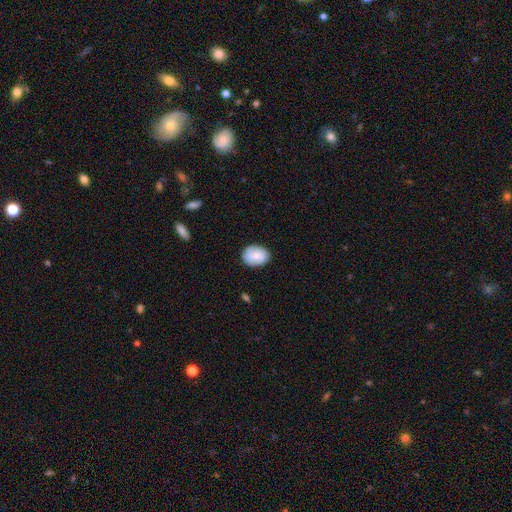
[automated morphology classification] Overall: smooth (78%). How rounded: in between (62%; round 37%). Merging: none (82%).